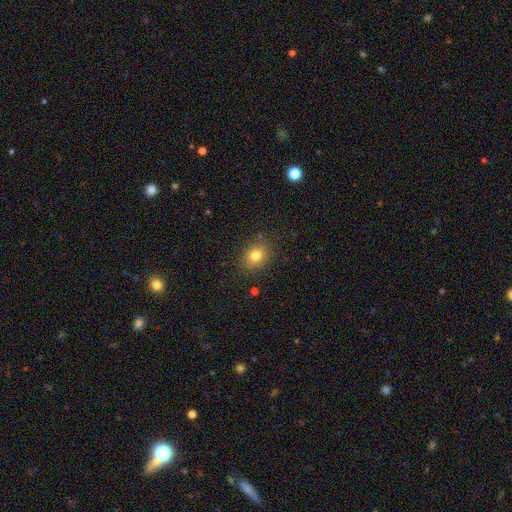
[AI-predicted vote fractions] smooth-or-featured: smooth: 79% | star or artifact: 12% | featured or disk: 9%
  how-rounded: in between: 53% | round: 46% | cigar-shaped: 1%
  merging: none: 85% | minor disturbance: 10% | major disturbance: 3% | merger: 2%